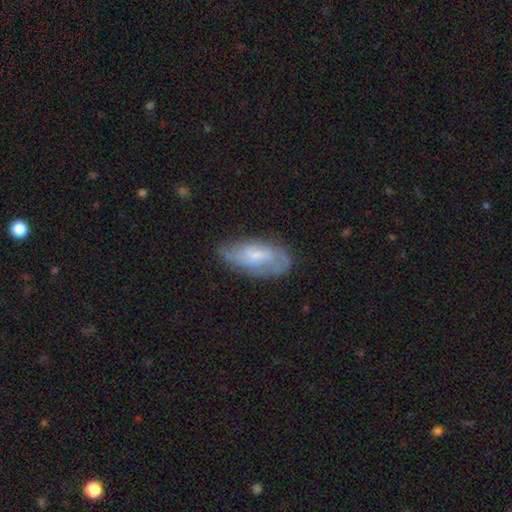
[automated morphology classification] Smooth or featured? Predicted: featured or disk (p=0.56). Edge-on disk? Predicted: no (p=0.91). Bar? Predicted: no (p=0.54). Spiral arms? Predicted: yes (p=0.78). Bulge size? Predicted: small (p=0.55). Merging? Predicted: none (p=0.61).